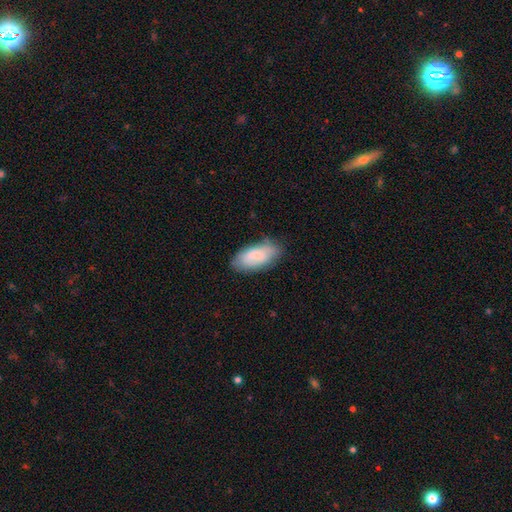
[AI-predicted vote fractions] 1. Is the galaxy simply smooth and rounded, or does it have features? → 80% smooth, 14% featured or disk, 6% star or artifact.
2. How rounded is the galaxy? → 91% in between, 7% cigar-shaped, 2% round.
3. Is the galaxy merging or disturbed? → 71% none, 23% minor disturbance, 5% major disturbance, 2% merger.